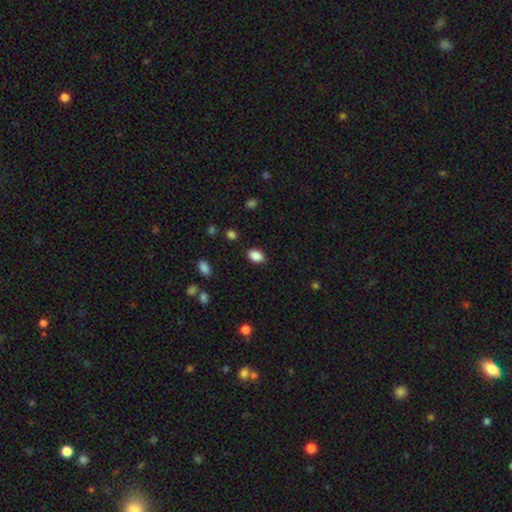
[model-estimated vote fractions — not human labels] smooth_or_featured: smooth (p=0.88) [alt: star or artifact p=0.08]
how_rounded: in between (p=0.83) [alt: round p=0.16]
merging: none (p=0.87) [alt: minor disturbance p=0.09]